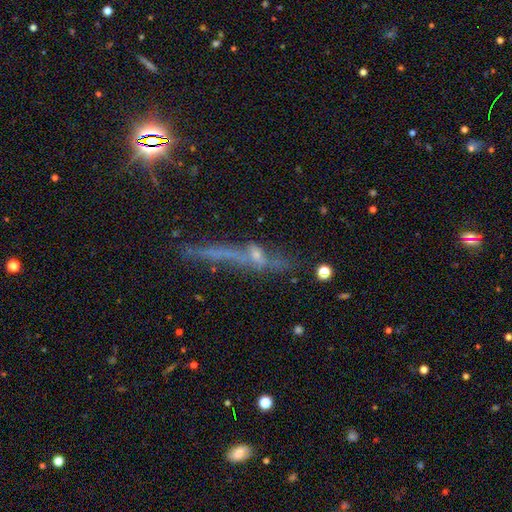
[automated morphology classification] A featured or disk galaxy (52%) viewed edge-on (54%).

Vote fractions:
- Smooth or featured? featured or disk: 52% / smooth: 28% / star or artifact: 20%
- Edge-on disk? yes: 54% / no: 46%
- Merging? none: 39% / merger: 23% / major disturbance: 21% / minor disturbance: 17%